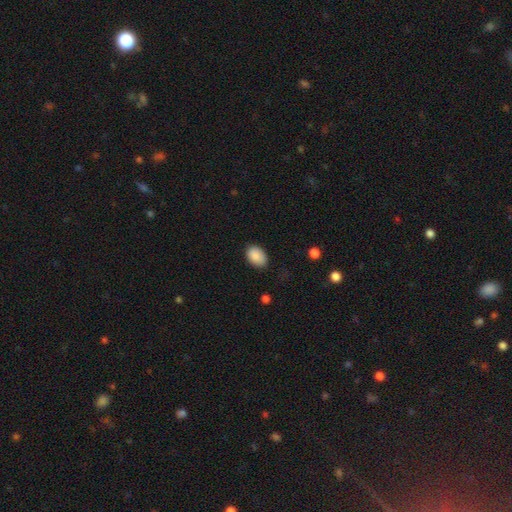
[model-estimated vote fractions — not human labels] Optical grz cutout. It shows a smooth galaxy with no disk features (89%) that is in between round and cigar-shaped (84%). Merging: none (81%).